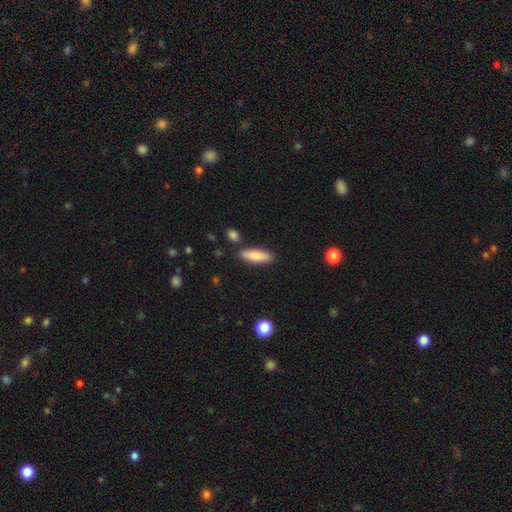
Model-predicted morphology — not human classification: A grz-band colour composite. It shows a smooth galaxy with no disk features (80%) that is in between round and cigar-shaped (50%). Merging: none (82%).